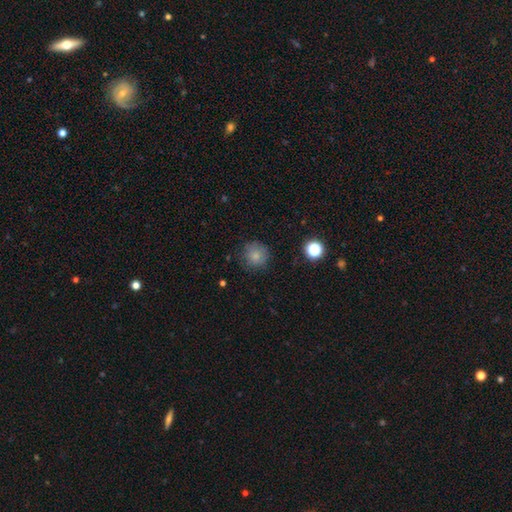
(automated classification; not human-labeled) The model was most divided on "merging": none: 80%, minor disturbance: 14%, major disturbance: 4%, merger: 2%. More confident: how rounded — round (92%); smooth or featured — smooth (81%).